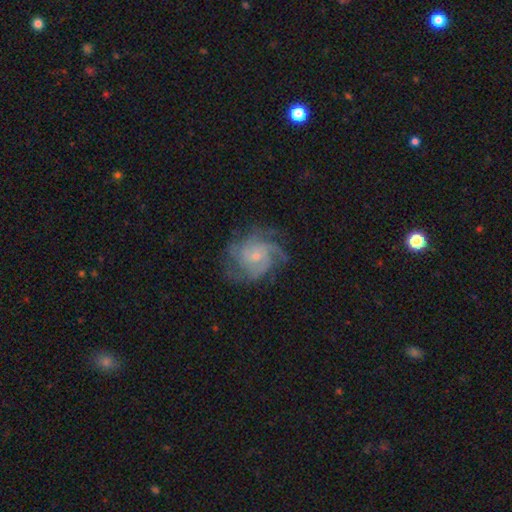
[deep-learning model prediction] smooth-or-featured: featured or disk: 85% | smooth: 8% | star or artifact: 7%
  disk-edge-on: no: 98% | yes: 2%
    bar: no: 73% | weak: 23% | strong: 4%
    has-spiral-arms: yes: 97% | no: 3%
      spiral-winding: tight: 47% | medium: 42% | loose: 11%
      spiral-arm-count: 3: 33% | 4: 22% | can't tell: 19% | 2: 12% | more than 4: 7% | 1: 6%
    bulge-size: small: 72% | moderate: 23% | none: 3% | large: 1% | dominant: 1%
  merging: none: 70% | minor disturbance: 18% | major disturbance: 11% | merger: 1%